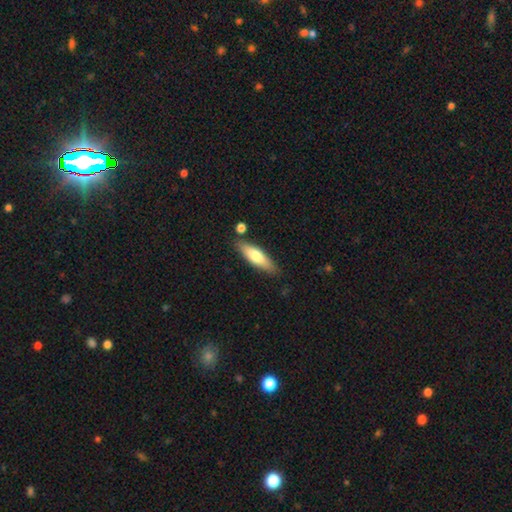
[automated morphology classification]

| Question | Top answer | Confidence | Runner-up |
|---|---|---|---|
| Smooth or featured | smooth | 69% | featured or disk (26%) |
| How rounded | cigar-shaped | 58% | in between (40%) |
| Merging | none | 80% | minor disturbance (12%) |